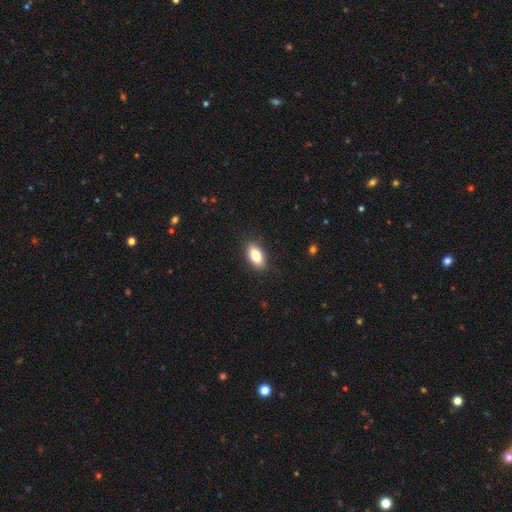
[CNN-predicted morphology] smooth 80%, featured or disk 12%, star or artifact 7%. Down the decision tree: how rounded — in between (90%); merging — none (89%).